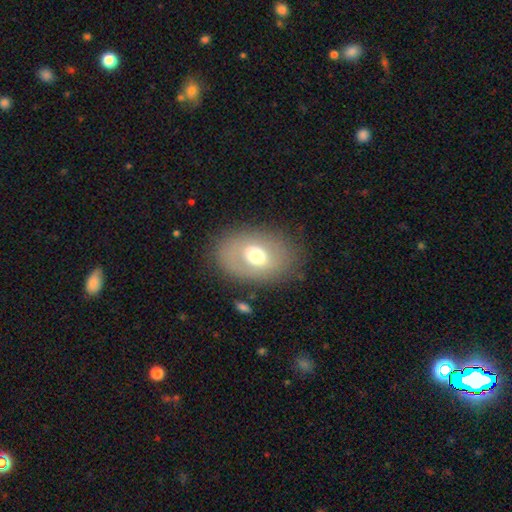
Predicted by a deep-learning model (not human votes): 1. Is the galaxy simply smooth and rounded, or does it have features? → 55% smooth, 36% featured or disk, 9% star or artifact.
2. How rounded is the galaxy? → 83% in between, 16% round, 1% cigar-shaped.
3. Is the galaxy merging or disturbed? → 81% none, 13% minor disturbance, 4% major disturbance, 2% merger.